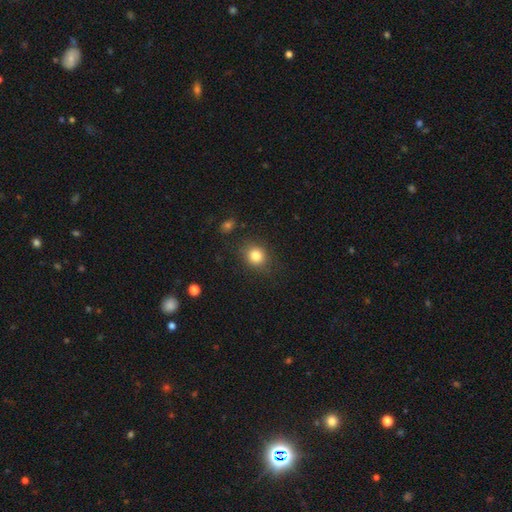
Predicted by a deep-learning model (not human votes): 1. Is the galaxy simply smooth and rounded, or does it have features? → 83% smooth, 11% star or artifact, 6% featured or disk.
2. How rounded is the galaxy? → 77% round, 22% in between, 1% cigar-shaped.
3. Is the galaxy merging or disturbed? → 84% none, 11% minor disturbance, 4% major disturbance, 2% merger.